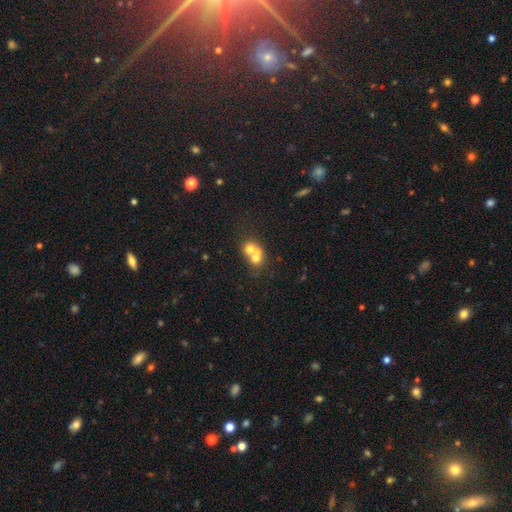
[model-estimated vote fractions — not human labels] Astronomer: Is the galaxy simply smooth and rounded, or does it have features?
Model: smooth — 61%.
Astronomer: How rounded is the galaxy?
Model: round — 72%.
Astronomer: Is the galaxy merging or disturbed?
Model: merger — 69%.